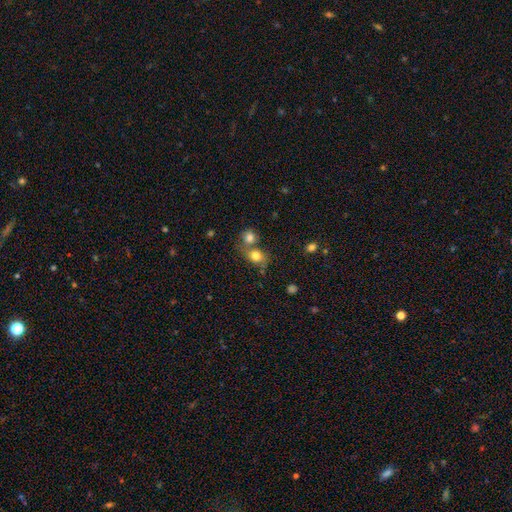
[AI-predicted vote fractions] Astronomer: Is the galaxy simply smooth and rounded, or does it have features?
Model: smooth — 77%.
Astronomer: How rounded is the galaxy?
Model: round — 56% (runner-up: in between, 43%).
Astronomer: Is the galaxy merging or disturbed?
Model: merger — 48% (runner-up: none, 38%).